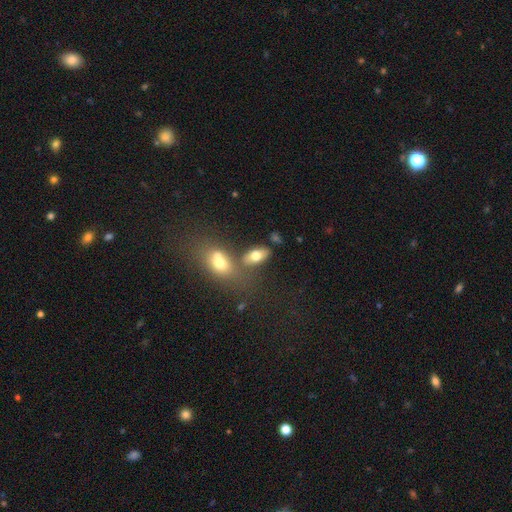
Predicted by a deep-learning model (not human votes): Q: Smooth or featured?
A: smooth (72%); runner-up: featured or disk (18%)
Q: How rounded?
A: in between (88%); runner-up: round (8%)
Q: Merging?
A: none (58%); runner-up: merger (22%)